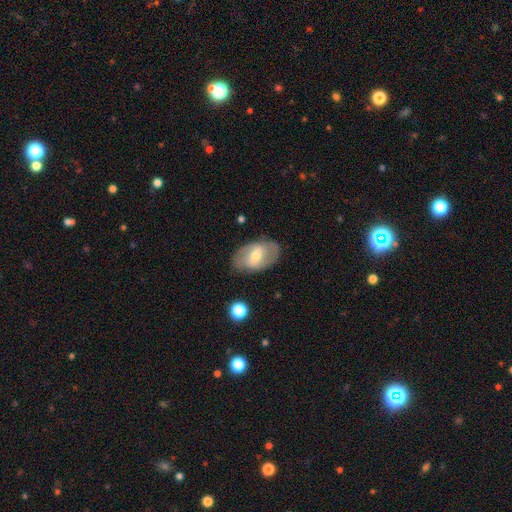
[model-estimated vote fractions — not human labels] smooth-or-featured: featured or disk: 57% | smooth: 37% | star or artifact: 6%
  disk-edge-on: no: 93% | yes: 7%
    bar: weak: 47% | strong: 31% | no: 22%
    has-spiral-arms: yes: 58% | no: 42%
    bulge-size: moderate: 60% | small: 33% | large: 5% | none: 1% | dominant: 1%
  merging: none: 77% | minor disturbance: 16% | major disturbance: 5% | merger: 1%